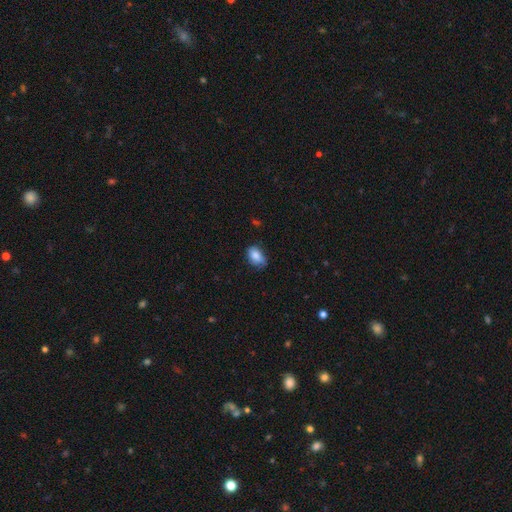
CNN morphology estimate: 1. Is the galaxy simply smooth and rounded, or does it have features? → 82% smooth, 10% featured or disk, 8% star or artifact.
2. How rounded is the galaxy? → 86% in between, 13% round, 1% cigar-shaped.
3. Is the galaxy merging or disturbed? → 62% none, 30% minor disturbance, 6% major disturbance, 1% merger.